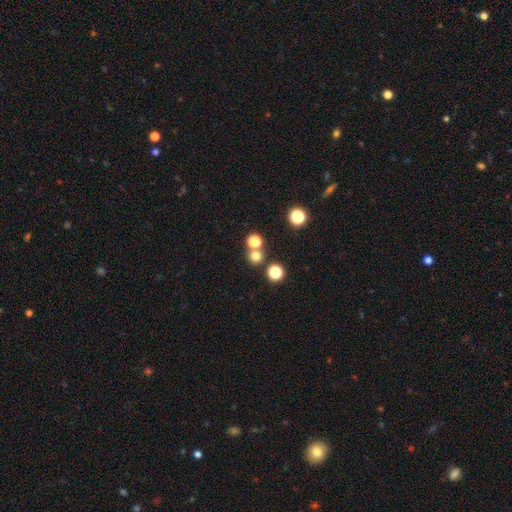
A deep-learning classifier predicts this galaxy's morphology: Q: Smooth or featured?
A: smooth (72%); runner-up: star or artifact (20%)
Q: How rounded?
A: round (90%); runner-up: in between (9%)
Q: Merging?
A: none (66%); runner-up: merger (26%)